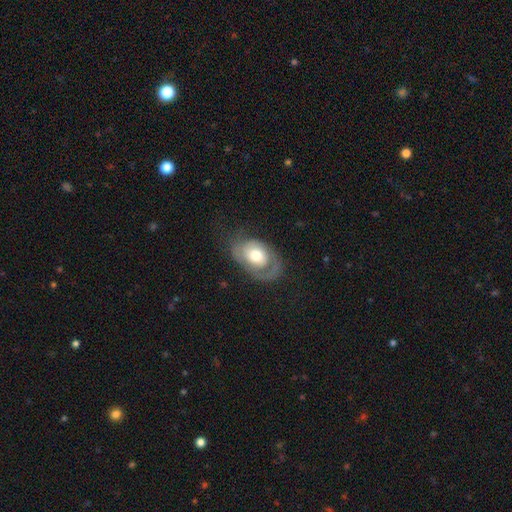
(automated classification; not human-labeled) Morphology: type=featured or disk (60%); edge-on=no (95%); bar=no (81%); spiral arms=yes (71%); bulge=moderate (58%); merging=none (53%).